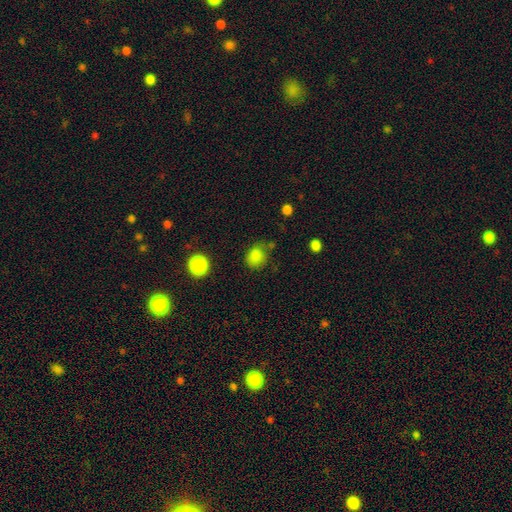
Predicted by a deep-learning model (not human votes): Smooth or featured: smooth — 82% (star or artifact — 13%)
How rounded: round — 67% (in between — 32%)
Merging: none — 65% (minor disturbance — 22%)